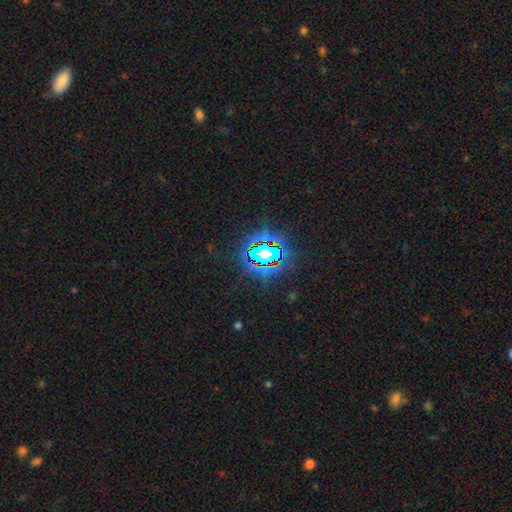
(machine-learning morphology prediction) Smooth or featured: star or artifact — 81% (smooth — 11%)